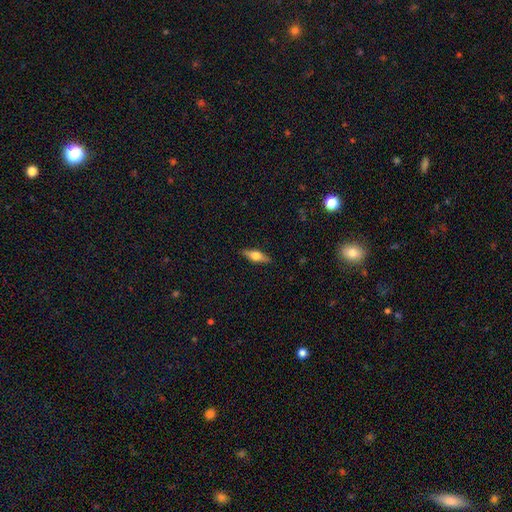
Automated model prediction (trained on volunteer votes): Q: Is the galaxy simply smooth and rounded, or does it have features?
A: smooth — 49%.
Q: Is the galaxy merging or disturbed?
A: none — 89%.